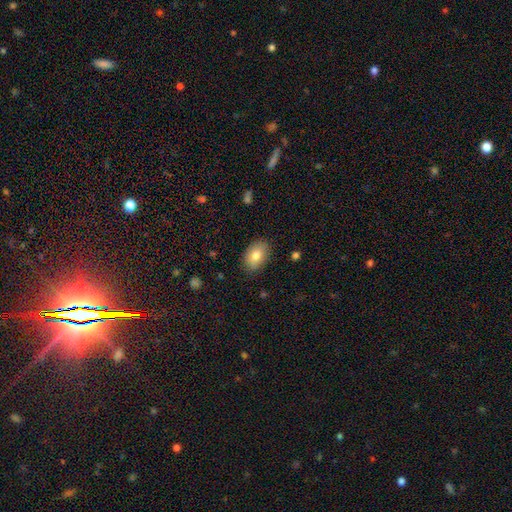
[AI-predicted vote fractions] A smooth galaxy with no disk features (80%) that is in between round and cigar-shaped (87%). Merging: none (86%).